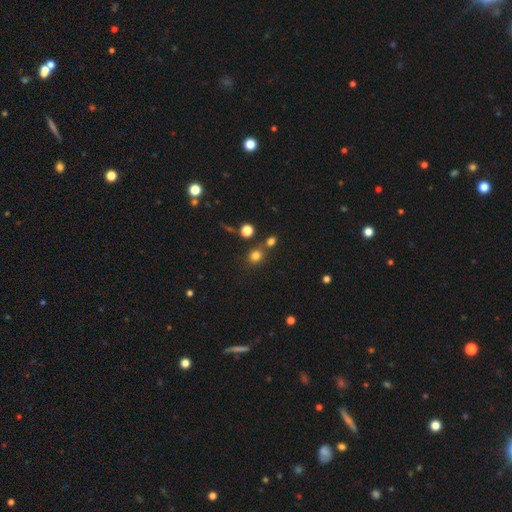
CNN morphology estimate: Smooth or featured: smooth — 77% (star or artifact — 16%)
How rounded: round — 82% (in between — 17%)
Merging: none — 69% (merger — 18%)